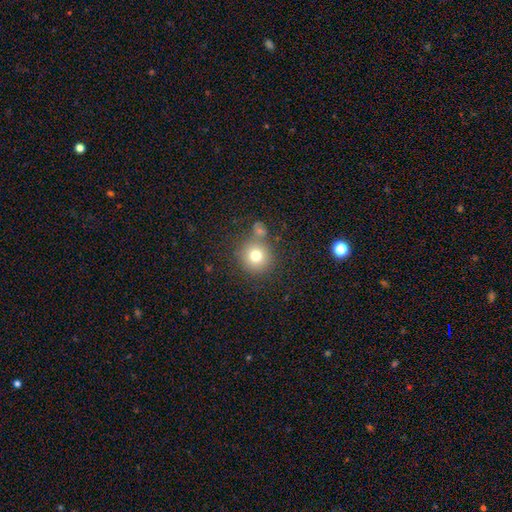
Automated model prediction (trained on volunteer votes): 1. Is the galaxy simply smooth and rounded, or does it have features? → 75% smooth, 14% star or artifact, 11% featured or disk.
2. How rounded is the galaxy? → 93% round, 6% in between, 1% cigar-shaped.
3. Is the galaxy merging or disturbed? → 74% none, 12% merger, 10% minor disturbance, 4% major disturbance.